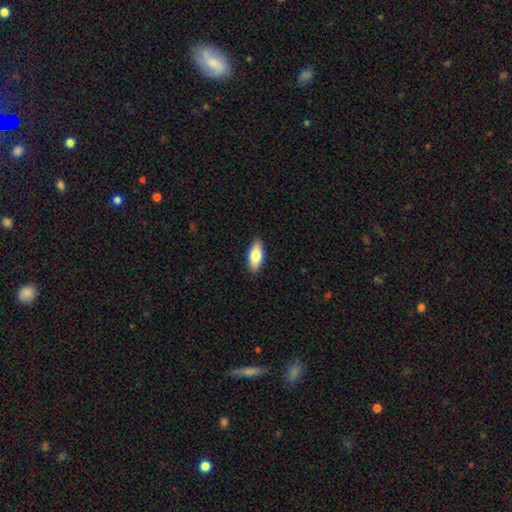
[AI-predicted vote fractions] Smooth or featured?
  - smooth: 77% *
  - featured or disk: 17%
  - star or artifact: 6%
How rounded?
  - in between: 83% *
  - cigar-shaped: 14%
  - round: 3%
Merging?
  - none: 90% *
  - minor disturbance: 8%
  - major disturbance: 2%
  - merger: 1%